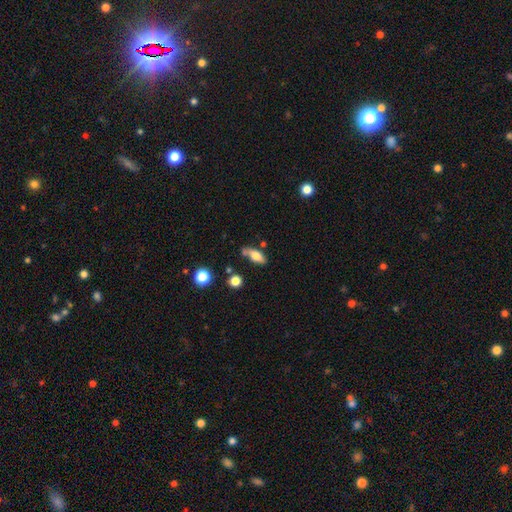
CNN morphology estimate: Smooth or featured: smooth — 70% (featured or disk — 21%)
How rounded: in between — 77% (cigar-shaped — 19%)
Merging: none — 63% (minor disturbance — 21%)